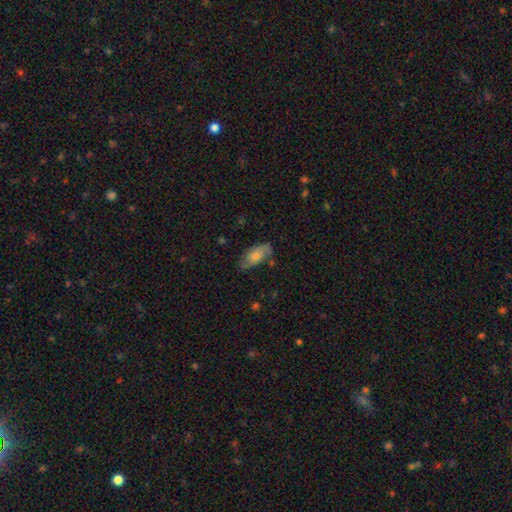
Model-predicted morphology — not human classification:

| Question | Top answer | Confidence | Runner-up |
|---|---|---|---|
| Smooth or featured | smooth | 46% | featured or disk (45%) |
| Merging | none | 73% | minor disturbance (20%) |